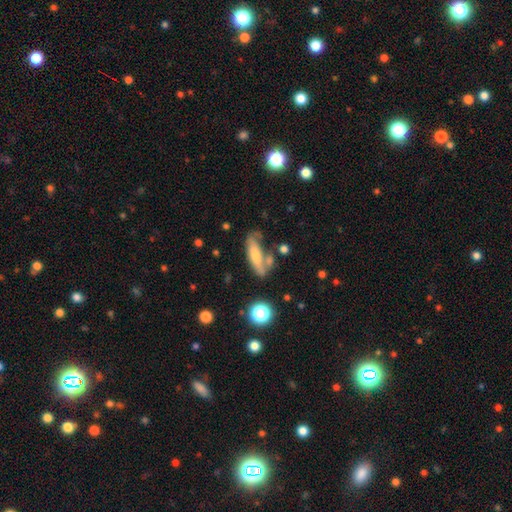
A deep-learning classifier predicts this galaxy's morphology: Smooth or featured? smooth (64%)
How rounded? cigar-shaped (52%)
Merging? none (46%)